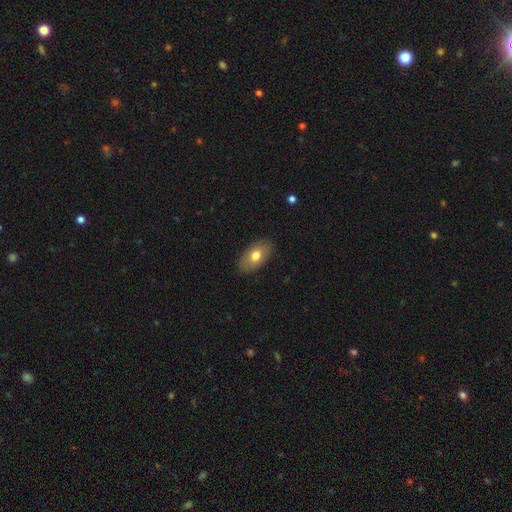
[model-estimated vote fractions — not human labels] A smooth galaxy with no disk features (74%) that is in between round and cigar-shaped (92%).

Vote fractions:
- Smooth or featured? smooth: 74% / featured or disk: 19% / star or artifact: 7%
- How rounded? in between: 92% / round: 5% / cigar-shaped: 3%
- Merging? none: 86% / minor disturbance: 10% / major disturbance: 2% / merger: 1%